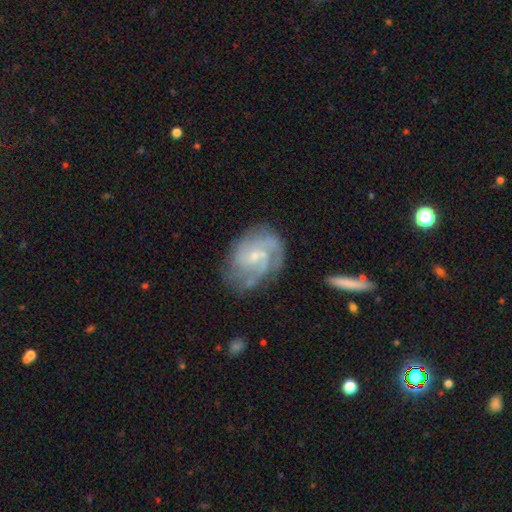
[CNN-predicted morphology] type=featured or disk (83%); edge-on=no (97%); bar=no (61%); spiral arms=yes (95%); winding=tight (44%); arm count=3 (31%); bulge=small (75%); merging=none (65%).